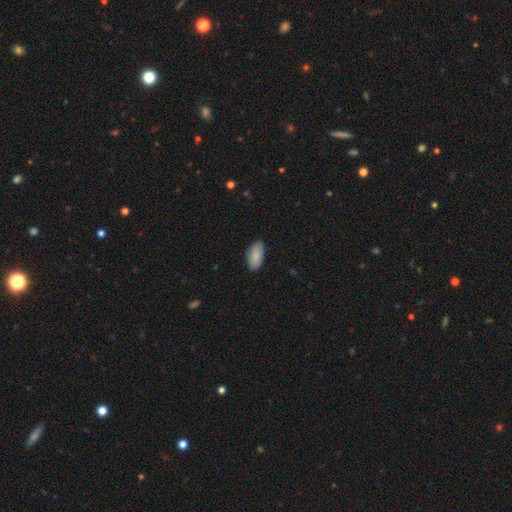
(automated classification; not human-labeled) The model was most divided on "merging": none: 85%, minor disturbance: 12%, major disturbance: 2%, merger: 1%. More confident: how rounded — in between (93%); smooth or featured — smooth (86%).